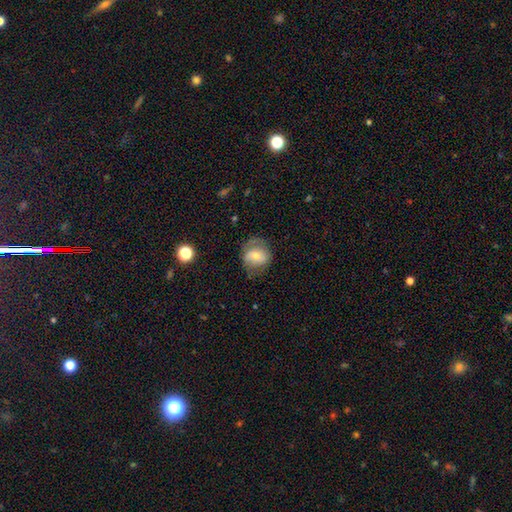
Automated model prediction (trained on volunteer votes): A smooth galaxy with no disk features (50%). Merging: none (60%).